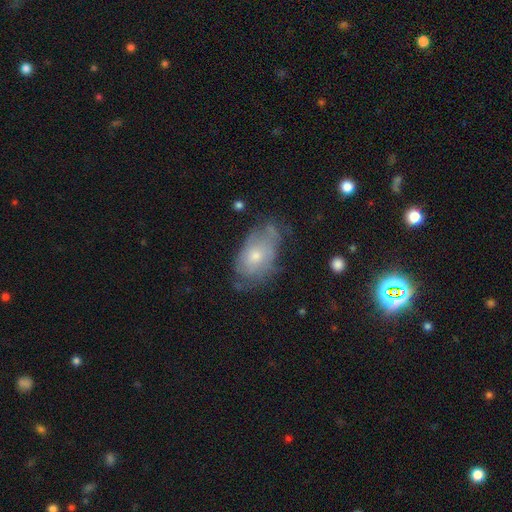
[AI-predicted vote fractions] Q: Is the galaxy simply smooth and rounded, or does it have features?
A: featured or disk — 50%.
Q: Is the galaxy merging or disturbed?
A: none — 49%.